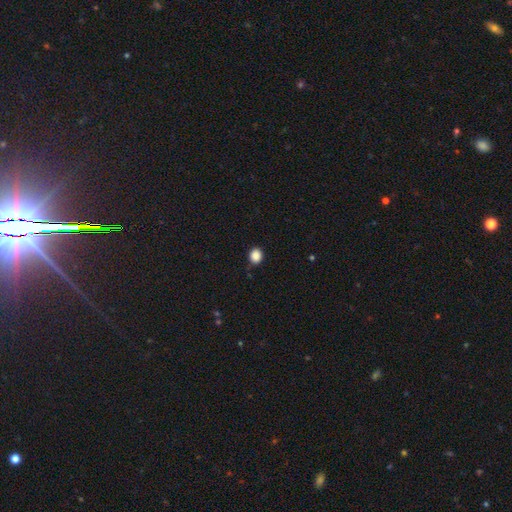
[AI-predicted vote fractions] Smooth or featured? smooth (87%)
How rounded? round (68%)
Merging? none (85%)